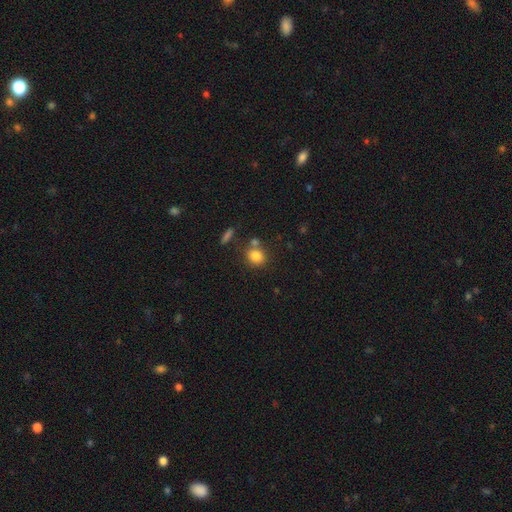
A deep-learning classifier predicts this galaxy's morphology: Smooth or featured?
  - smooth: 84% *
  - star or artifact: 10%
  - featured or disk: 6%
How rounded?
  - round: 70% *
  - in between: 29%
  - cigar-shaped: 2%
Merging?
  - none: 65% *
  - merger: 19%
  - minor disturbance: 11%
  - major disturbance: 4%